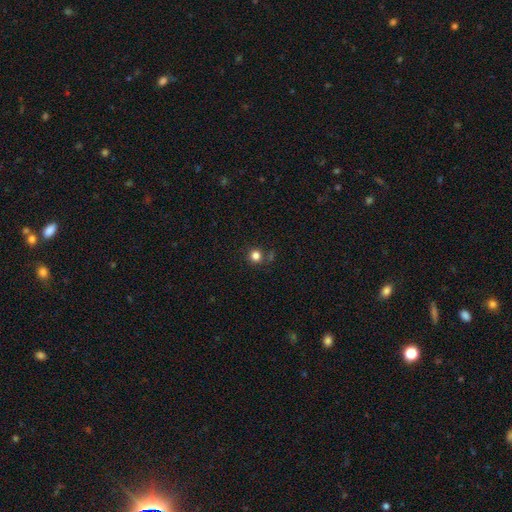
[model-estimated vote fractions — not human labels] This is clearly a smooth galaxy (81%). How rounded: clearly round (93%). Merging: clearly none (81%).